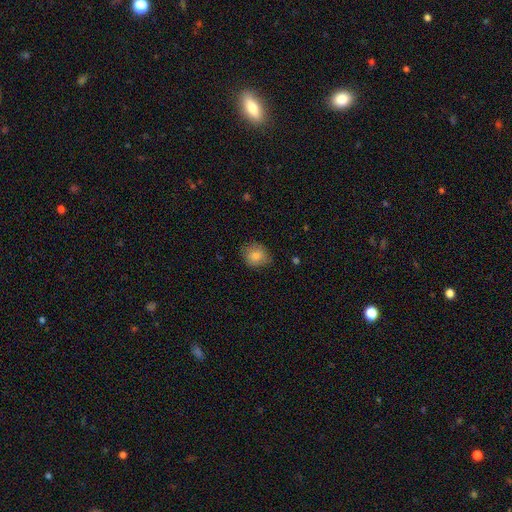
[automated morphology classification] This is clearly a smooth galaxy (80%). How rounded: likely round (73%). Merging: likely none (76%).